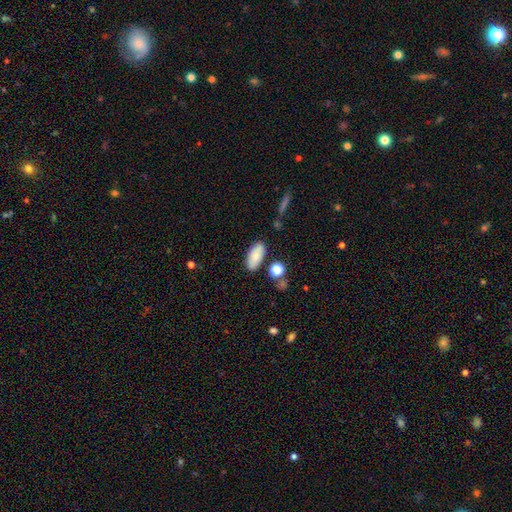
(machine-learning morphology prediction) Smooth or featured: smooth — 82% (featured or disk — 10%)
How rounded: in between — 89% (cigar-shaped — 7%)
Merging: none — 83% (minor disturbance — 10%)